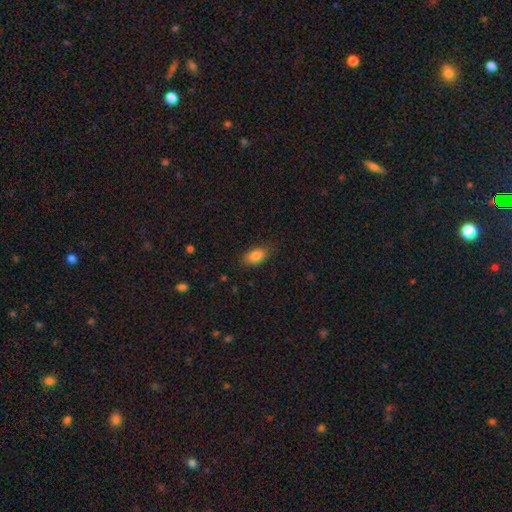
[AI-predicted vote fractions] A smooth galaxy with no disk features (84%) that is in between round and cigar-shaped (89%). Merging: none (81%).